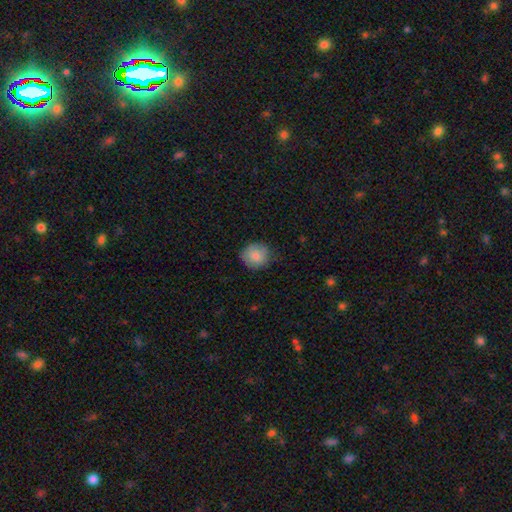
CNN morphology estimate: Smooth or featured?
  - smooth: 83% *
  - featured or disk: 9%
  - star or artifact: 8%
How rounded?
  - round: 85% *
  - in between: 14%
  - cigar-shaped: 1%
Merging?
  - none: 78% *
  - minor disturbance: 18%
  - major disturbance: 4%
  - merger: 1%